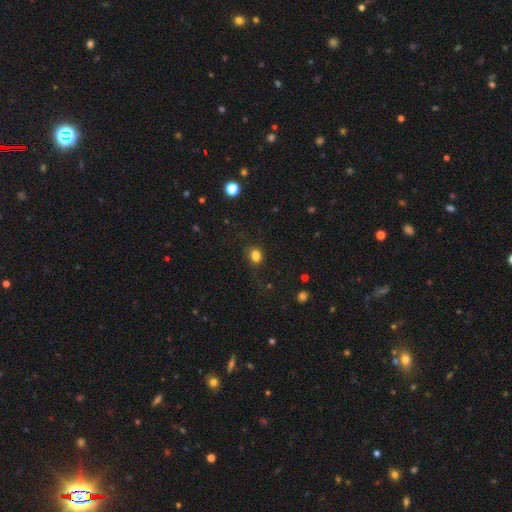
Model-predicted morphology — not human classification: The model was most divided on "how rounded": round: 53%, in between: 46%, cigar-shaped: 1%. More confident: smooth or featured — smooth (82%); merging — none (74%).